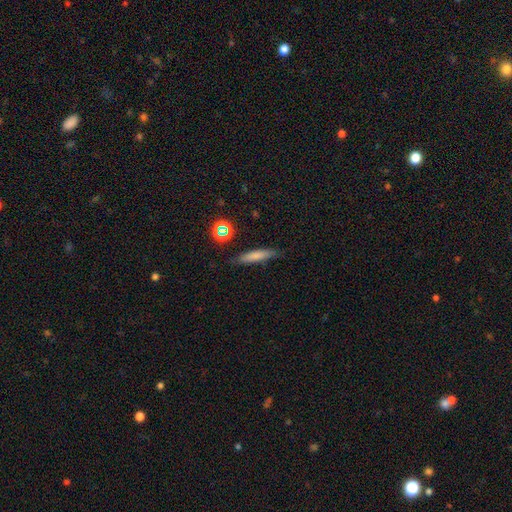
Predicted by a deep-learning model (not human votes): Smooth or featured?
  - smooth: 72% *
  - featured or disk: 17%
  - star or artifact: 11%
How rounded?
  - cigar-shaped: 83% *
  - in between: 15%
  - round: 2%
Merging?
  - none: 80% *
  - minor disturbance: 15%
  - major disturbance: 3%
  - merger: 2%